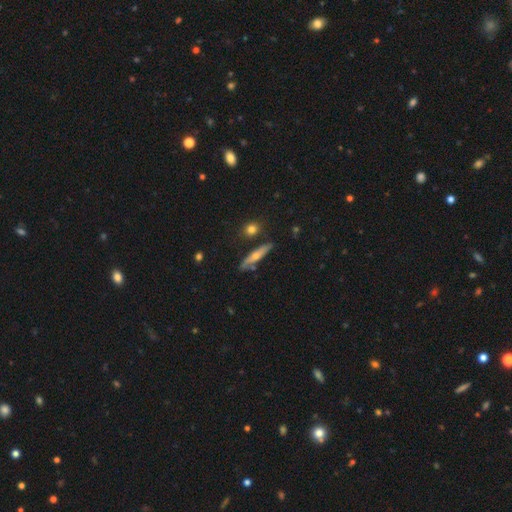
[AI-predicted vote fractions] featured or disk 55%, smooth 38%, star or artifact 7%. Down the decision tree: edge-on disk — yes (83%); merging — none (77%).